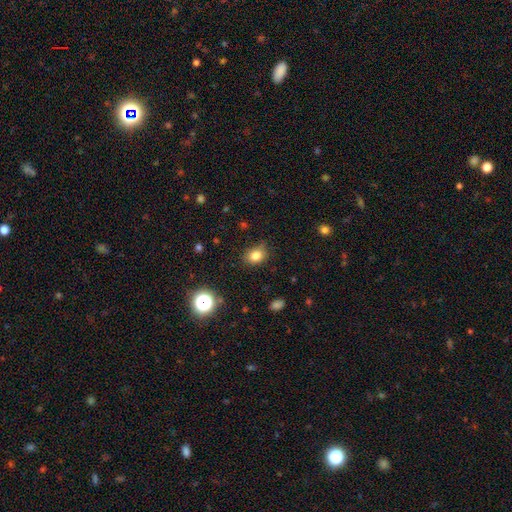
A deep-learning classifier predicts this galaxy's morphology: smooth 81%, star or artifact 13%, featured or disk 7%. Down the decision tree: how rounded — in between (58%); merging — none (76%).